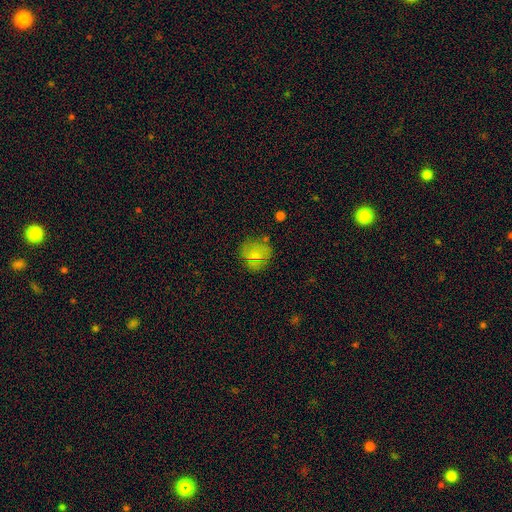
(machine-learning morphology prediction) smooth 65%, featured or disk 22%, star or artifact 14%. Down the decision tree: how rounded — round (84%); merging — none (73%).